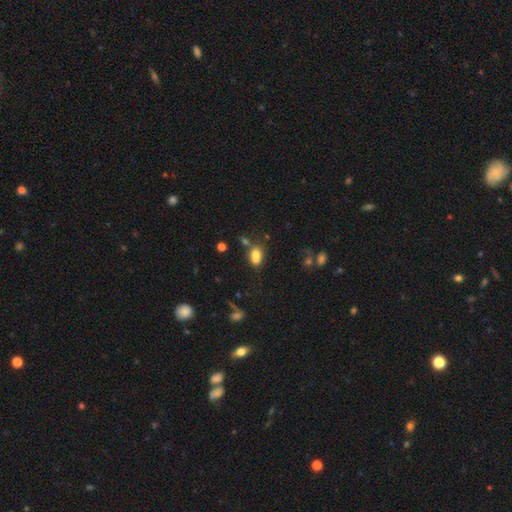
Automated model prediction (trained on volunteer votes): The model was most divided on "merging": merger: 42%, none: 38%, minor disturbance: 14%, major disturbance: 6%. More confident: smooth or featured — smooth (74%); how rounded — in between (73%).